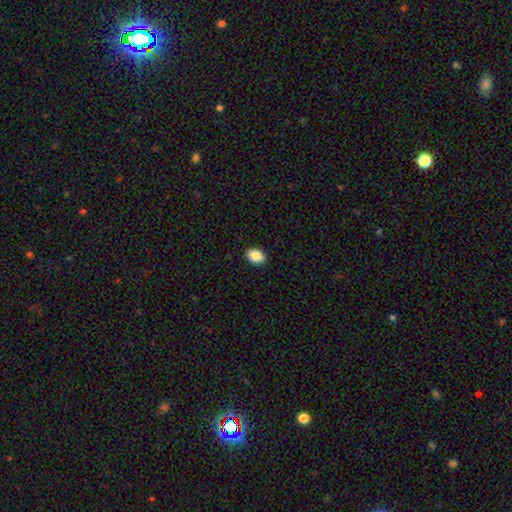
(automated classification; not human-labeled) Overall: smooth (88%). How rounded: in between (80%). Merging: none (91%).